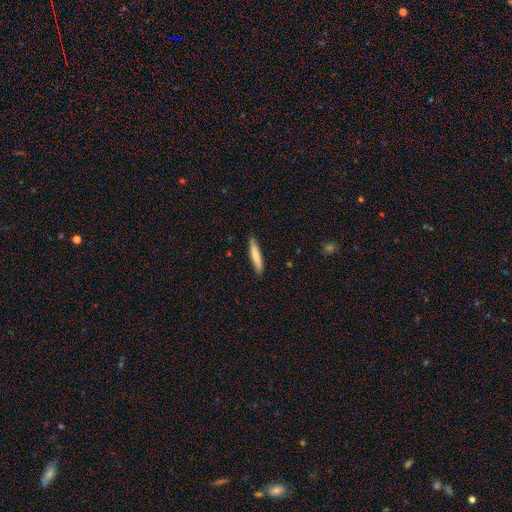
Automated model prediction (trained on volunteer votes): Smooth or featured?
  - smooth: 75% *
  - featured or disk: 20%
  - star or artifact: 5%
How rounded?
  - cigar-shaped: 90% *
  - in between: 8%
  - round: 1%
Merging?
  - none: 87% *
  - minor disturbance: 10%
  - major disturbance: 2%
  - merger: 1%